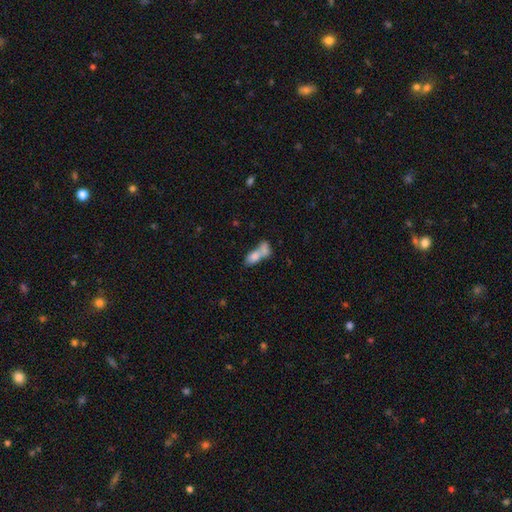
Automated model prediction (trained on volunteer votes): The model was most divided on "merging": merger: 70%, none: 18%, minor disturbance: 7%, major disturbance: 5%. More confident: how rounded — in between (81%); smooth or featured — smooth (75%).